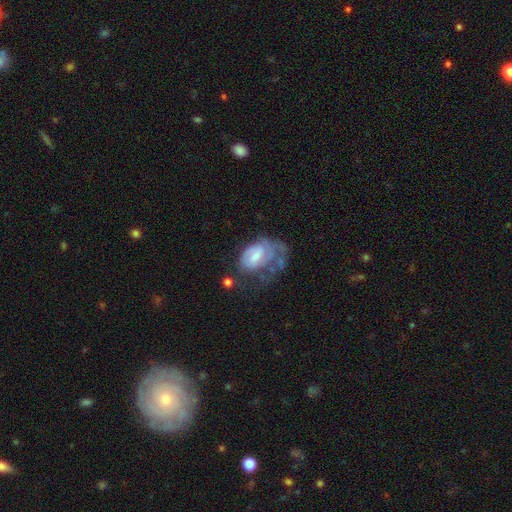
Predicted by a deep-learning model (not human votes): smooth_or_featured: featured or disk (p=0.59) [alt: smooth p=0.34]
disk_edge_on: no (p=0.96) [alt: yes p=0.04]
bar: no (p=0.48) [alt: weak p=0.44]
has_spiral_arms: yes (p=0.64) [alt: no p=0.36]
bulge_size: moderate (p=0.46) [alt: small p=0.41]
merging: major disturbance (p=0.46) [alt: minor disturbance p=0.25]